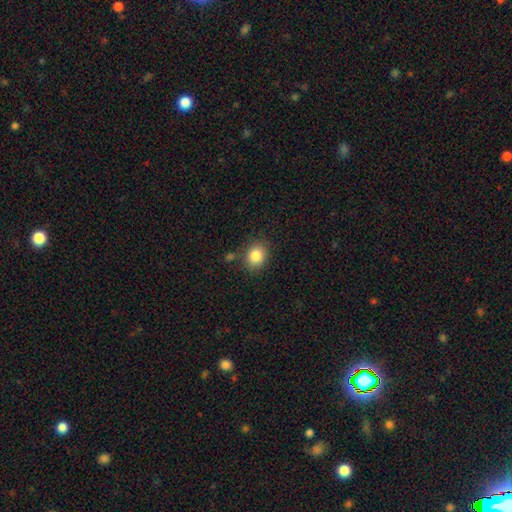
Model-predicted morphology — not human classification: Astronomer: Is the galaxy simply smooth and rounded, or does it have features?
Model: smooth — 85%.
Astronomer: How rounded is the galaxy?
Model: round — 58% (runner-up: in between, 42%).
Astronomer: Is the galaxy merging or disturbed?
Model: none — 81%.